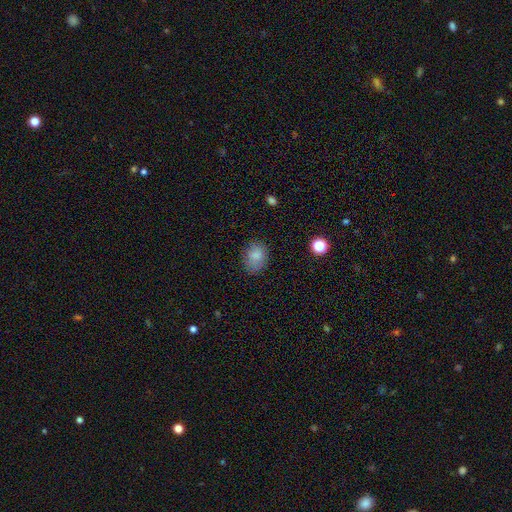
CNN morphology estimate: Smooth or featured: smooth — 83% (star or artifact — 10%)
How rounded: in between — 64% (round — 35%)
Merging: none — 77% (minor disturbance — 17%)